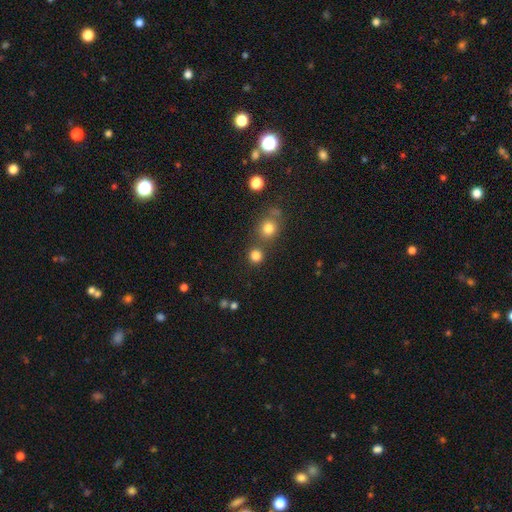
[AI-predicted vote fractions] Smooth or featured? smooth (80%)
How rounded? round (91%)
Merging? none (73%)